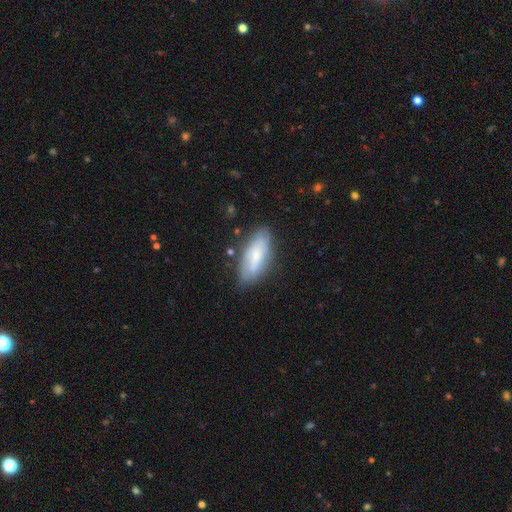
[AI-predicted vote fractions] Smooth or featured?
  - smooth: 67% *
  - featured or disk: 27%
  - star or artifact: 7%
How rounded?
  - in between: 74% *
  - cigar-shaped: 24%
  - round: 2%
Merging?
  - none: 74% *
  - minor disturbance: 19%
  - major disturbance: 4%
  - merger: 3%